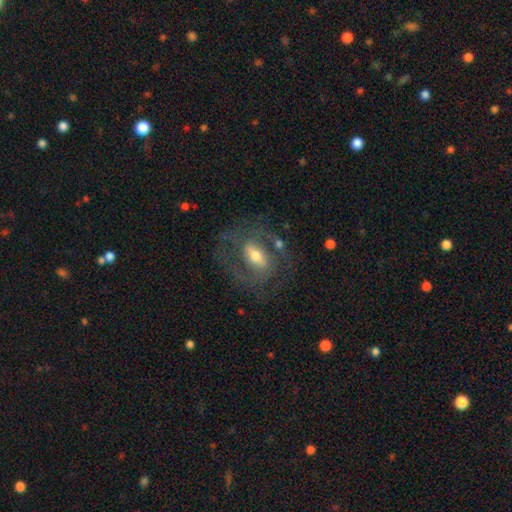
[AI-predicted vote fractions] Q: Smooth or featured?
A: featured or disk (77%); runner-up: smooth (17%)
Q: Edge-on disk?
A: no (95%); runner-up: yes (5%)
Q: Bar?
A: weak (42%); runner-up: strong (40%)
Q: Spiral arms?
A: yes (82%); runner-up: no (18%)
Q: Spiral winding?
A: medium (51%); runner-up: tight (30%)
Q: Spiral arm count?
A: 2 (72%); runner-up: can't tell (15%)
Q: Bulge size?
A: moderate (64%); runner-up: small (23%)
Q: Merging?
A: none (62%); runner-up: major disturbance (17%)